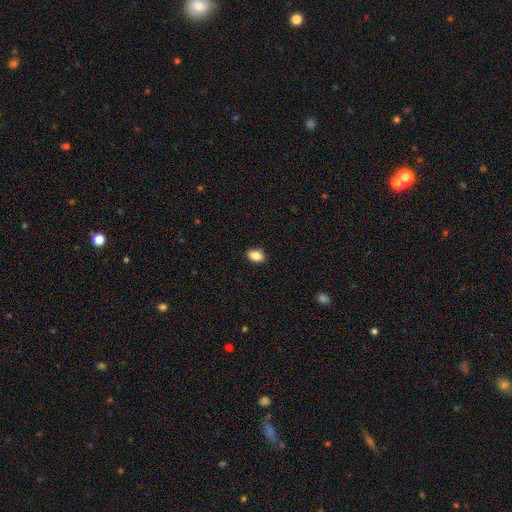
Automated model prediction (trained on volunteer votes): This is clearly a smooth galaxy (86%). How rounded: clearly in between (86%). Merging: clearly none (87%).